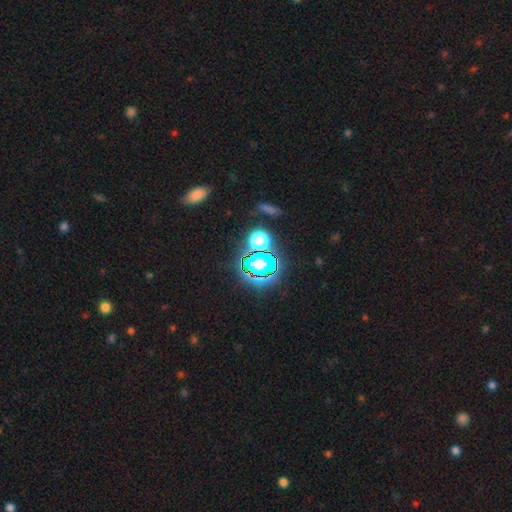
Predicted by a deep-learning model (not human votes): smooth-or-featured: star or artifact: 75% | smooth: 16% | featured or disk: 9%